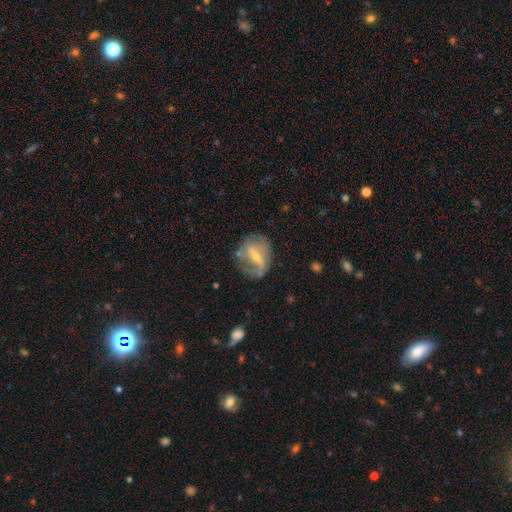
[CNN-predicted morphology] A featured or disk galaxy (70%) with a weak bar (43%), spiral arms (73%) and a small central bulge (59%).

Vote fractions:
- Smooth or featured? featured or disk: 70% / smooth: 23% / star or artifact: 7%
- Edge-on disk? no: 95% / yes: 5%
- Bar? weak: 43% / strong: 38% / no: 19%
- Spiral arms? yes: 73% / no: 27%
- Bulge size? small: 59% / moderate: 34% / none: 5% / large: 2% / dominant: 1%
- Merging? none: 55% / minor disturbance: 24% / major disturbance: 18% / merger: 3%